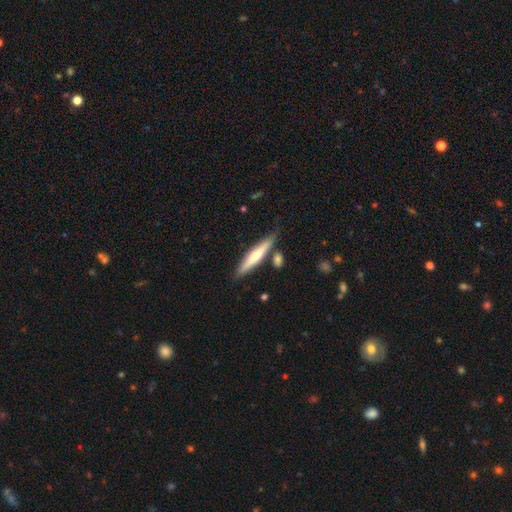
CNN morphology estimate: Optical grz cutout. It shows a featured or disk galaxy (49%). Merging: none (77%).